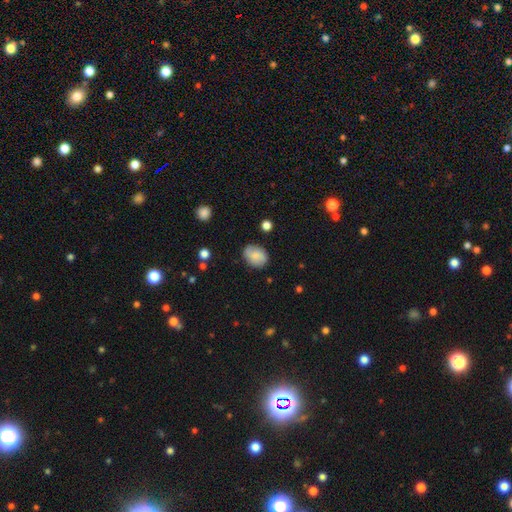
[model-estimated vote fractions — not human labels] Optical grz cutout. It shows a smooth galaxy with no disk features (74%) that is in between round and cigar-shaped (57%). Merging: none (75%).